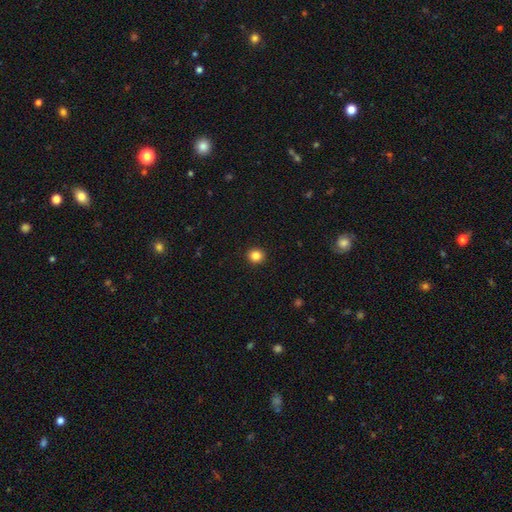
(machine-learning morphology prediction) This is clearly a smooth galaxy (84%). How rounded: clearly round (89%). Merging: clearly none (93%).